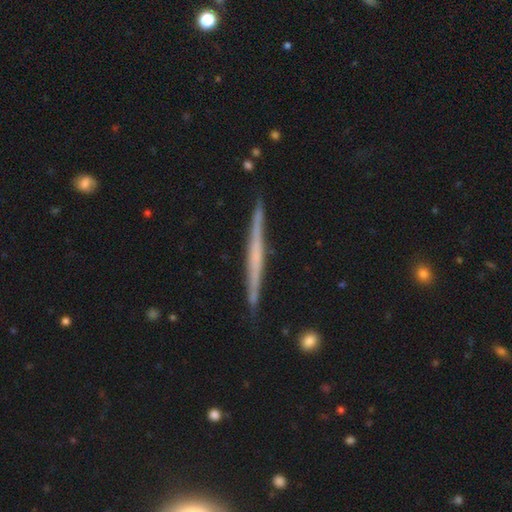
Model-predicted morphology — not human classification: A featured or disk galaxy (65%) viewed edge-on (98%) with no central bulge (78%).

Vote fractions:
- Smooth or featured? featured or disk: 65% / smooth: 30% / star or artifact: 6%
- Edge-on disk? yes: 98% / no: 2%
- Edge-on bulge? none: 78% / rounded: 13% / boxy: 8%
- Merging? none: 89% / minor disturbance: 8% / merger: 1% / major disturbance: 1%